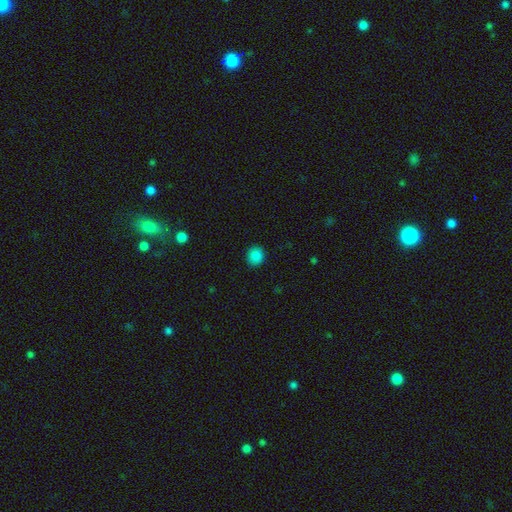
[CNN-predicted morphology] The model was most divided on "how rounded": round: 79%, in between: 20%, cigar-shaped: 1%. More confident: merging — none (90%); smooth or featured — smooth (86%).